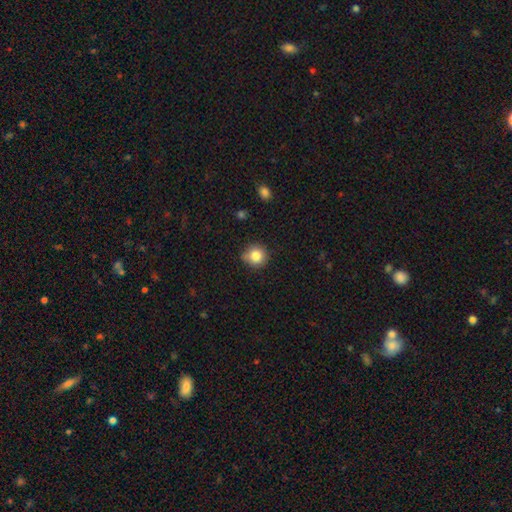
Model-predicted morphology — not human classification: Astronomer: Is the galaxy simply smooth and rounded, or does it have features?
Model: smooth — 83%.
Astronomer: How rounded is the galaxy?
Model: round — 91%.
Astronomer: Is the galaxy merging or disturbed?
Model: none — 78%.